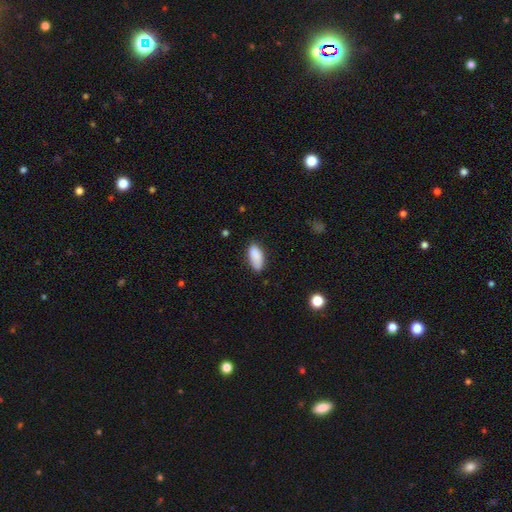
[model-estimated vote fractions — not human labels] A smooth galaxy with no disk features (87%) that is in between round and cigar-shaped (86%). Merging: none (72%).